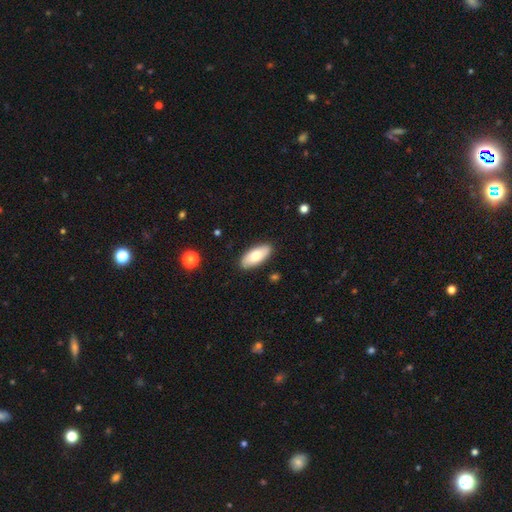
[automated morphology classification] Smooth or featured: smooth — 77% (featured or disk — 17%)
How rounded: in between — 87% (cigar-shaped — 11%)
Merging: none — 89% (minor disturbance — 8%)